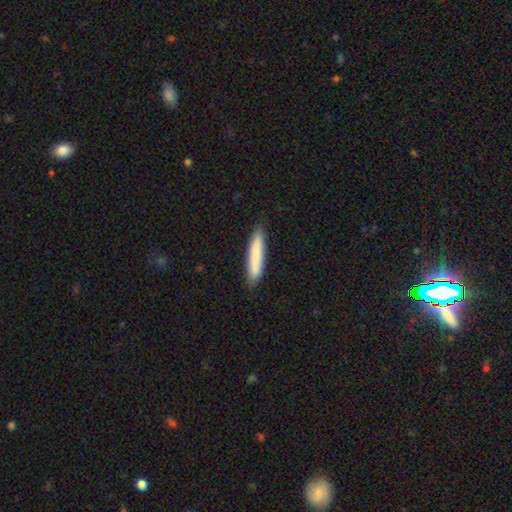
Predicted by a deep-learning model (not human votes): smooth-or-featured: smooth: 82% | featured or disk: 12% | star or artifact: 6%
  how-rounded: cigar-shaped: 89% | in between: 10% | round: 1%
  merging: none: 87% | minor disturbance: 10% | major disturbance: 2% | merger: 1%